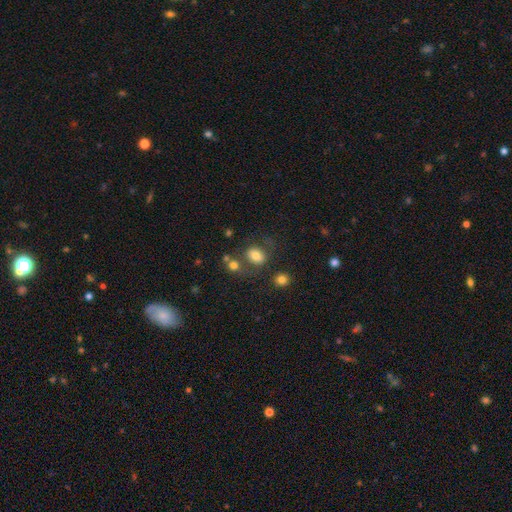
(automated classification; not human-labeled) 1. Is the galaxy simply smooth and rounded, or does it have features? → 77% smooth, 12% star or artifact, 11% featured or disk.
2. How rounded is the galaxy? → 51% in between, 48% round, 1% cigar-shaped.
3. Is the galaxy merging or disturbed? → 64% none, 15% minor disturbance, 14% merger, 8% major disturbance.